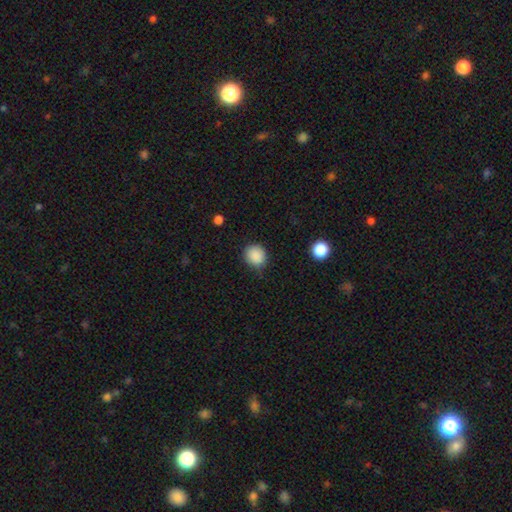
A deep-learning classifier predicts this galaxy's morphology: A smooth galaxy with no disk features (88%) that is round (85%).

Vote fractions:
- Smooth or featured? smooth: 88% / star or artifact: 9% / featured or disk: 3%
- How rounded? round: 85% / in between: 14% / cigar-shaped: 1%
- Merging? none: 83% / minor disturbance: 12% / major disturbance: 3% / merger: 1%